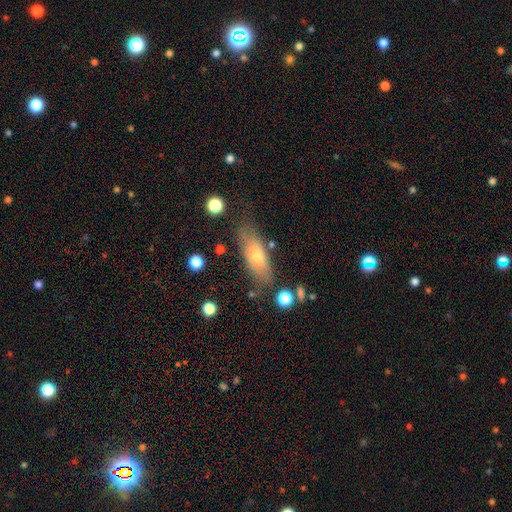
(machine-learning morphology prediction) Smooth or featured: smooth — 62% (featured or disk — 31%)
How rounded: in between — 67% (cigar-shaped — 30%)
Merging: none — 72% (minor disturbance — 19%)